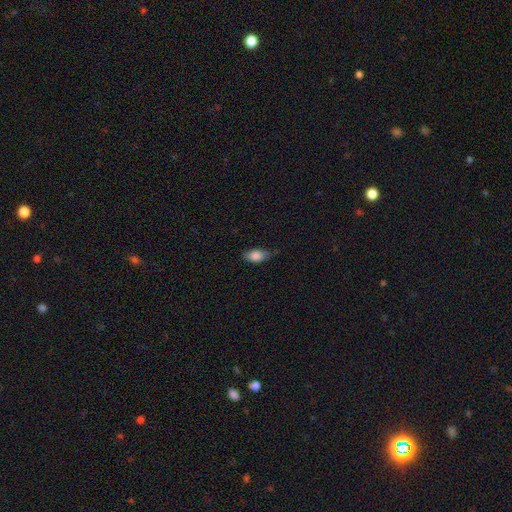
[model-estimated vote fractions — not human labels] This appears to be a smooth galaxy with no disk features (84%) that is in between round and cigar-shaped (89%). Merging: none (72%).